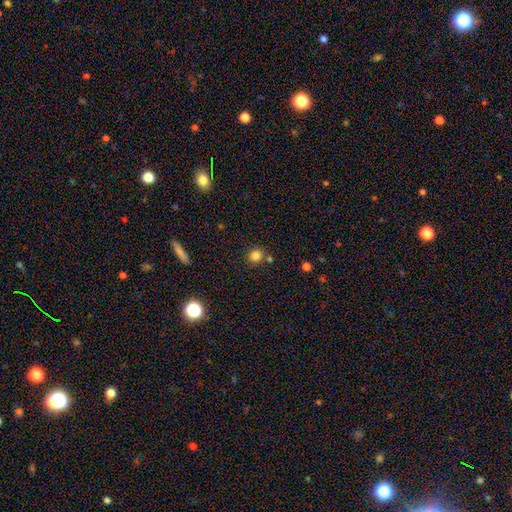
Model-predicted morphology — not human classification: The model was most divided on "merging": none: 77%, merger: 11%, minor disturbance: 9%, major disturbance: 3%. More confident: how rounded — round (90%); smooth or featured — smooth (82%).